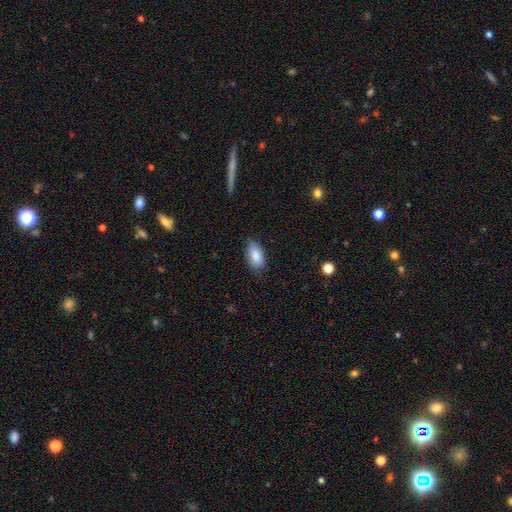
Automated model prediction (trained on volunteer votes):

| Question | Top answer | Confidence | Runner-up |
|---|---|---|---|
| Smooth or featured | smooth | 85% | featured or disk (8%) |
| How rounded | in between | 92% | cigar-shaped (4%) |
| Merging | none | 72% | minor disturbance (23%) |